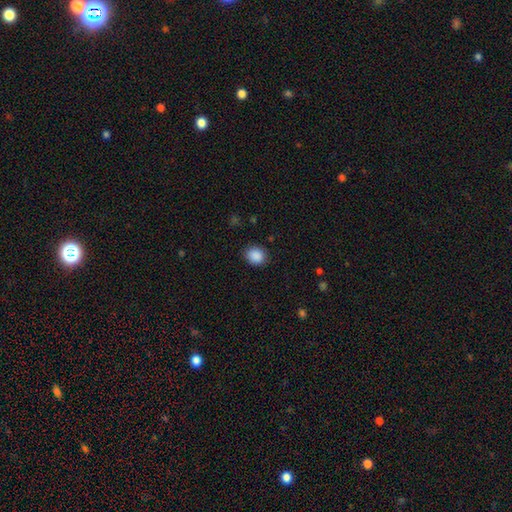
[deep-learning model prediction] Smooth or featured? smooth (89%)
How rounded? round (71%)
Merging? none (87%)